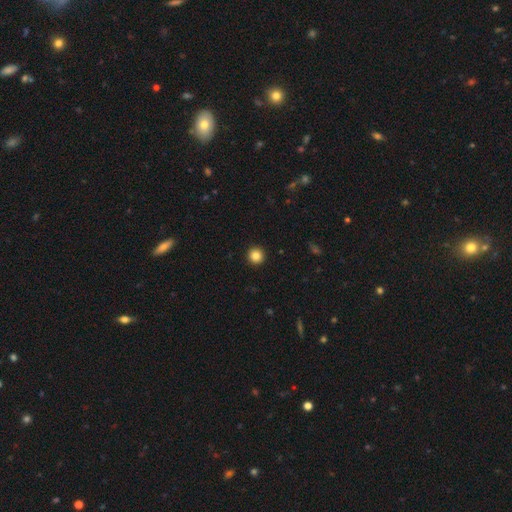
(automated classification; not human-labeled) Smooth or featured?
  - smooth: 85% *
  - star or artifact: 10%
  - featured or disk: 4%
How rounded?
  - round: 96% *
  - in between: 3%
  - cigar-shaped: 1%
Merging?
  - none: 94% *
  - minor disturbance: 4%
  - major disturbance: 1%
  - merger: 1%